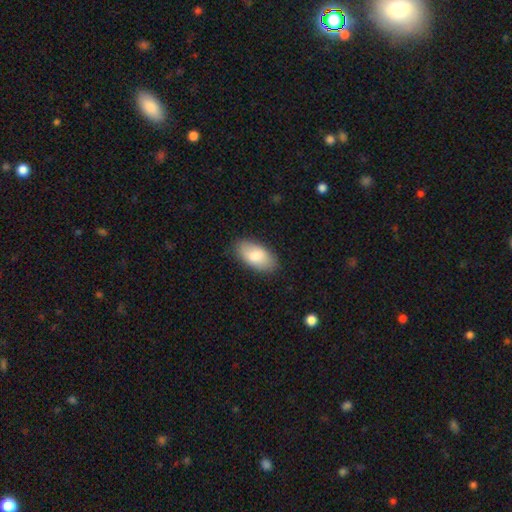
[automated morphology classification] smooth-or-featured: smooth: 82% | featured or disk: 12% | star or artifact: 6%
  how-rounded: in between: 94% | cigar-shaped: 3% | round: 3%
  merging: none: 83% | minor disturbance: 13% | major disturbance: 3% | merger: 1%